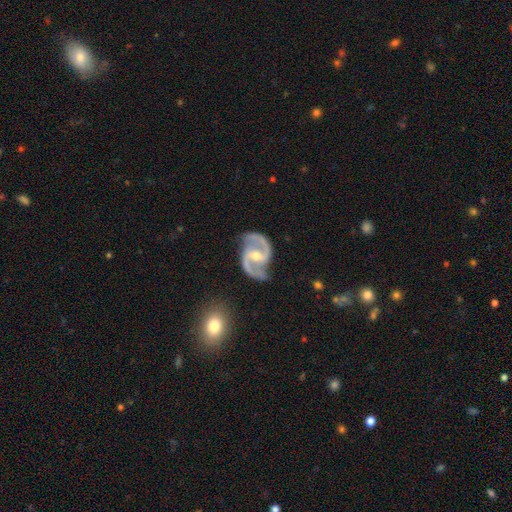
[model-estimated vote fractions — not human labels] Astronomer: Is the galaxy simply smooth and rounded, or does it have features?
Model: featured or disk — 93%.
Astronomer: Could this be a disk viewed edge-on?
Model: no — 98%.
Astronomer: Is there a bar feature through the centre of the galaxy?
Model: weak — 43% (runner-up: strong, 32%).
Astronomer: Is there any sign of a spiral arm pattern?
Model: yes — 98%.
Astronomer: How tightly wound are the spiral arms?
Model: medium — 60%.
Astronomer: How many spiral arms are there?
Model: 2 — 94%.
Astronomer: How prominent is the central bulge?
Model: moderate — 61%.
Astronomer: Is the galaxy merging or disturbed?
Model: none — 77%.